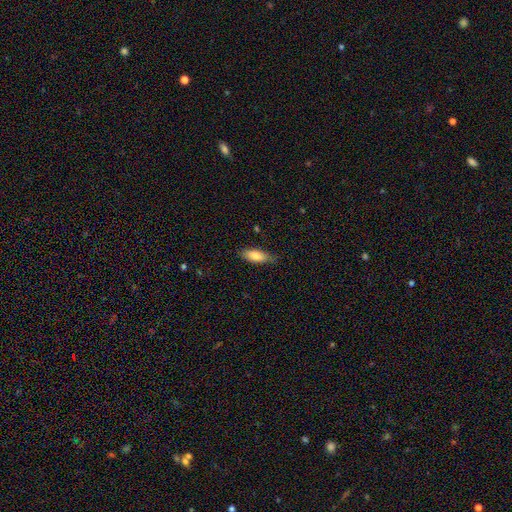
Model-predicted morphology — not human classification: smooth-or-featured: smooth: 83% | featured or disk: 11% | star or artifact: 6%
  how-rounded: in between: 75% | cigar-shaped: 23% | round: 2%
  merging: none: 75% | minor disturbance: 20% | major disturbance: 4% | merger: 1%